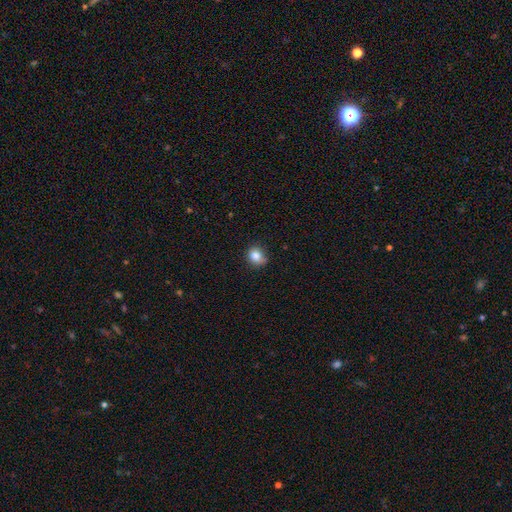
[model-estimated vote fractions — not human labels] This is clearly a smooth galaxy (83%). How rounded: likely round (71%). Merging: likely none (68%).